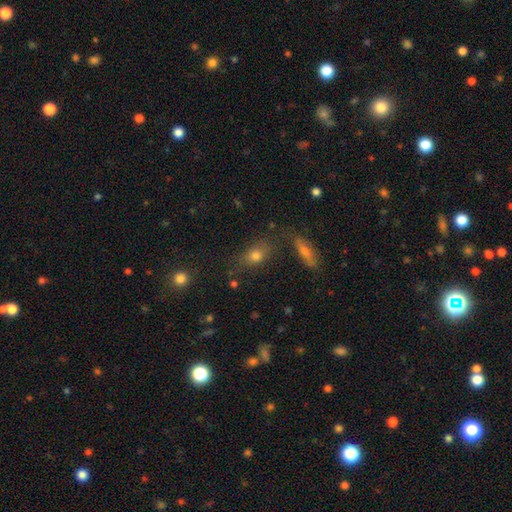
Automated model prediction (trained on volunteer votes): Smooth or featured?
  - smooth: 70% *
  - star or artifact: 16%
  - featured or disk: 14%
How rounded?
  - in between: 66% *
  - round: 25%
  - cigar-shaped: 9%
Merging?
  - none: 69% *
  - minor disturbance: 16%
  - merger: 9%
  - major disturbance: 7%